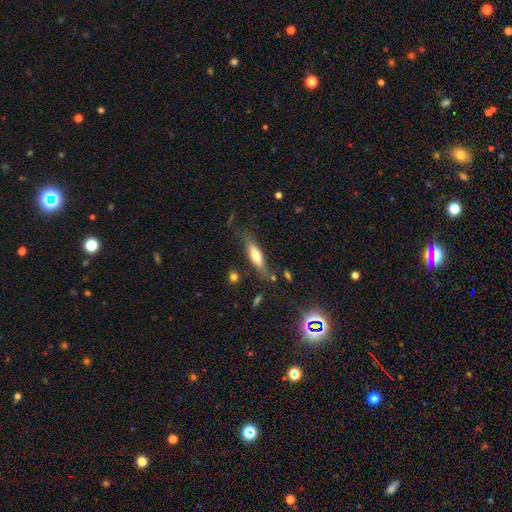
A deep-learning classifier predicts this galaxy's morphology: smooth 58%, featured or disk 34%, star or artifact 8%. Down the decision tree: how rounded — cigar-shaped (62%); merging — none (68%).